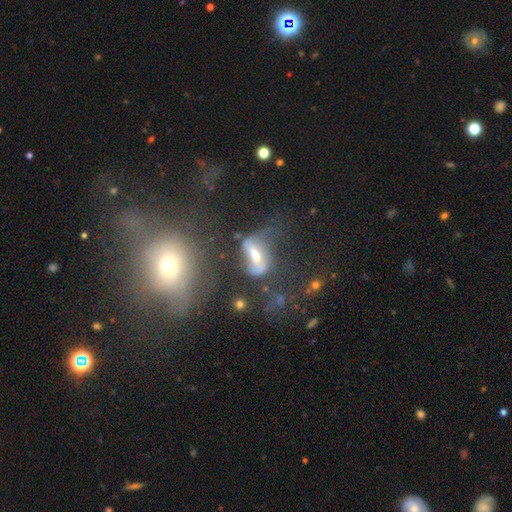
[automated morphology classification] Q: Smooth or featured?
A: featured or disk (53%); runner-up: smooth (27%)
Q: Edge-on disk?
A: no (87%); runner-up: yes (13%)
Q: Merging?
A: major disturbance (34%); runner-up: none (29%)